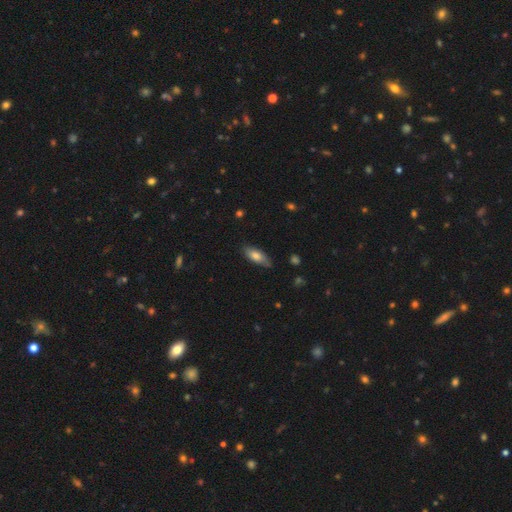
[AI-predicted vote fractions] Smooth or featured: smooth — 75% (featured or disk — 18%)
How rounded: in between — 77% (cigar-shaped — 20%)
Merging: none — 75% (minor disturbance — 20%)